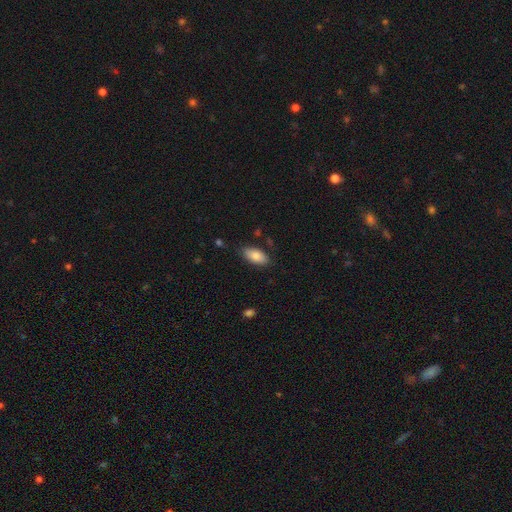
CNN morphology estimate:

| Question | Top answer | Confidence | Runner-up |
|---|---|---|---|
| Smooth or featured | smooth | 82% | featured or disk (11%) |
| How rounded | in between | 91% | cigar-shaped (6%) |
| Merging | none | 82% | minor disturbance (14%) |